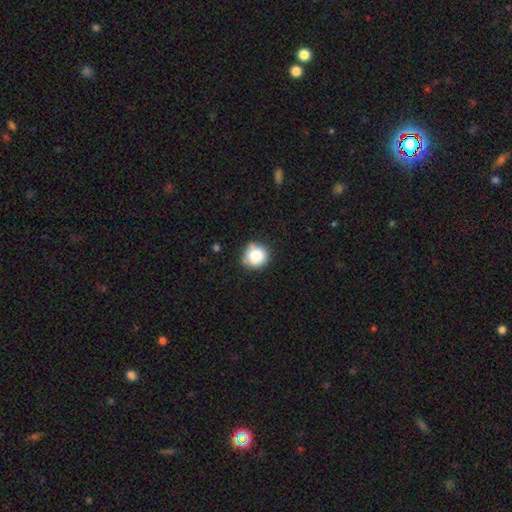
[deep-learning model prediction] Smooth or featured?
  - smooth: 84% *
  - star or artifact: 10%
  - featured or disk: 7%
How rounded?
  - round: 90% *
  - in between: 9%
  - cigar-shaped: 1%
Merging?
  - none: 73% *
  - minor disturbance: 20%
  - major disturbance: 4%
  - merger: 3%